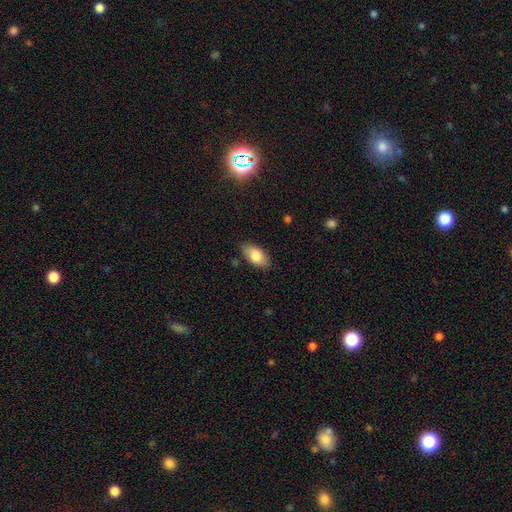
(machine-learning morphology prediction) Q: Smooth or featured?
A: smooth (82%); runner-up: featured or disk (11%)
Q: How rounded?
A: in between (93%); runner-up: round (4%)
Q: Merging?
A: none (84%); runner-up: minor disturbance (12%)